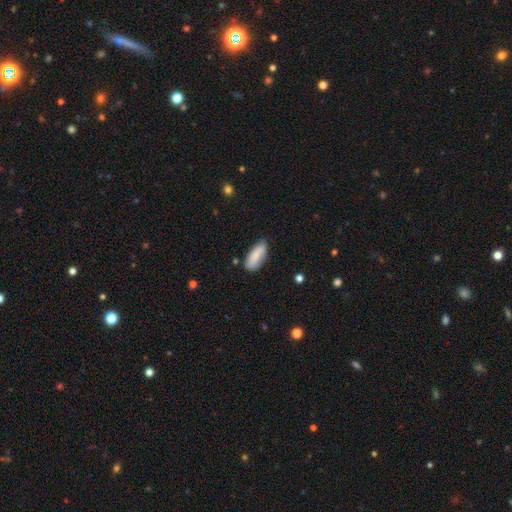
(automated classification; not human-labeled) smooth_or_featured: smooth (p=0.78) [alt: featured or disk p=0.16]
how_rounded: in between (p=0.79) [alt: cigar-shaped p=0.19]
merging: none (p=0.70) [alt: minor disturbance p=0.23]